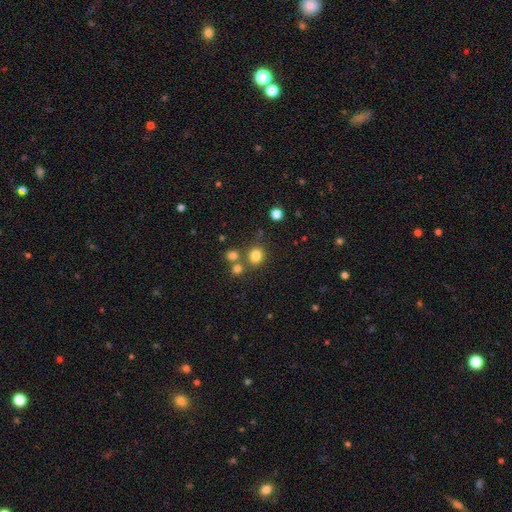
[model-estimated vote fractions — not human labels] Morphology: type=smooth (79%); roundness=round (78%); merging=none (71%).